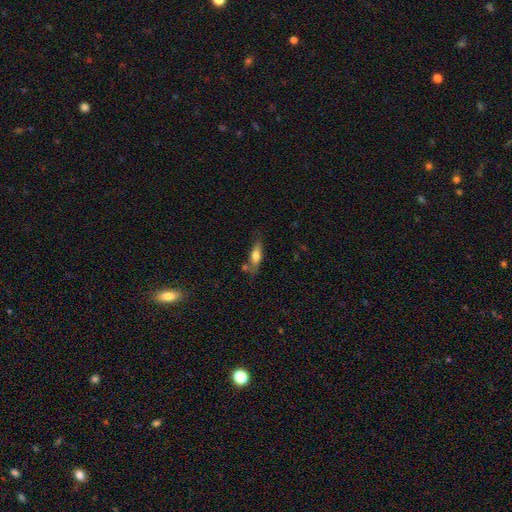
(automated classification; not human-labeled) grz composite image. It shows a smooth galaxy with no disk features (67%) that is in between round and cigar-shaped (55%). Merging: none (59%).